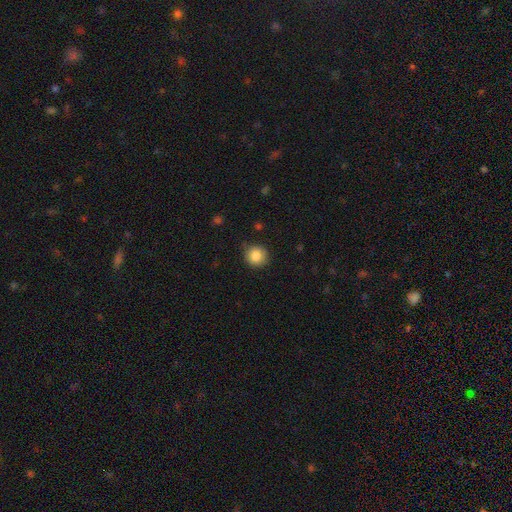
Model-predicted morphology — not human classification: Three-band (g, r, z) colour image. It shows a smooth galaxy with no disk features (85%) that is round (92%). Merging: none (85%).